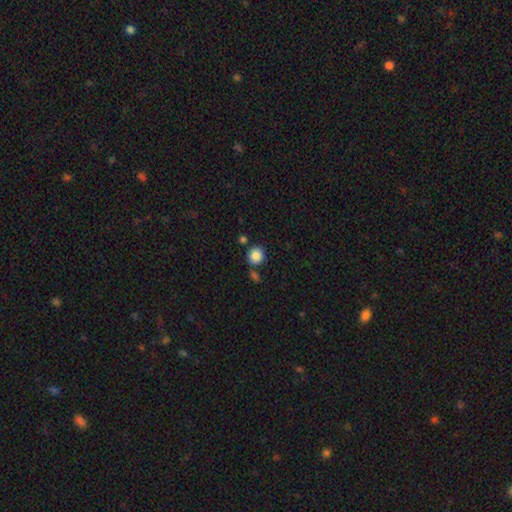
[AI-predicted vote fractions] This is clearly a smooth galaxy (86%). How rounded: clearly round (84%). Merging: likely none (76%).